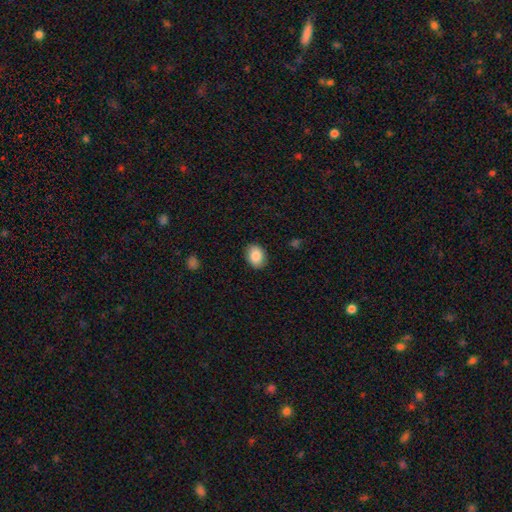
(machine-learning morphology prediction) This is clearly a smooth galaxy (87%). How rounded: likely in between (67%). Merging: clearly none (87%).